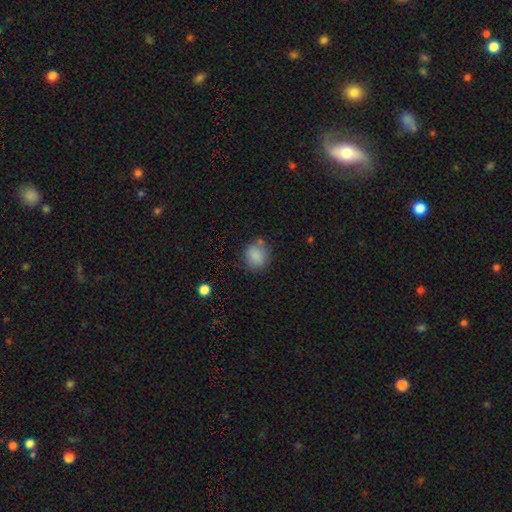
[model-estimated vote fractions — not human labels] Smooth or featured: smooth — 85% (star or artifact — 9%)
How rounded: round — 73% (in between — 26%)
Merging: none — 75% (minor disturbance — 16%)